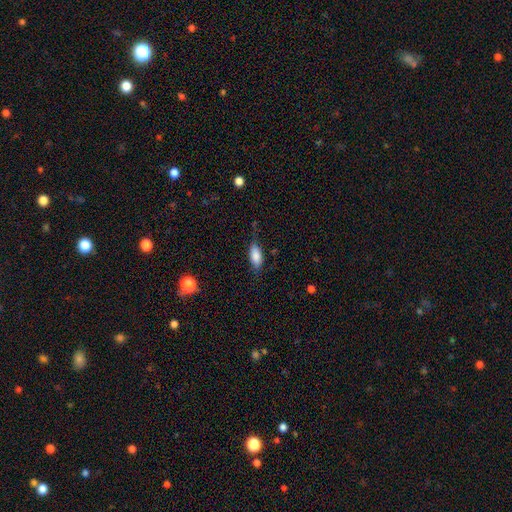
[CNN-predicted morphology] smooth-or-featured: smooth: 82% | featured or disk: 11% | star or artifact: 7%
  how-rounded: in between: 86% | cigar-shaped: 11% | round: 3%
  merging: none: 64% | minor disturbance: 26% | major disturbance: 8% | merger: 2%